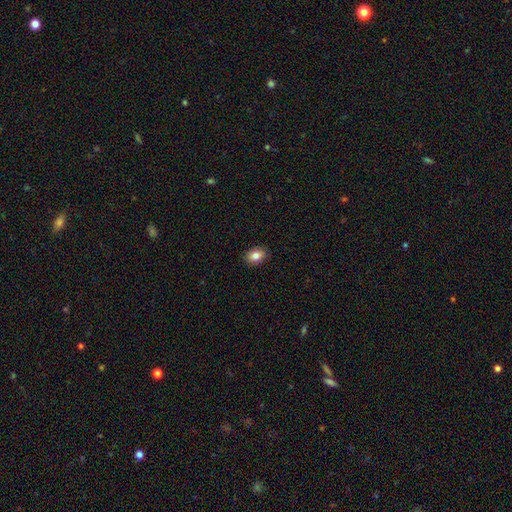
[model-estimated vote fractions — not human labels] smooth_or_featured: smooth (p=0.84) [alt: star or artifact p=0.08]
how_rounded: in between (p=0.76) [alt: round p=0.23]
merging: none (p=0.90) [alt: minor disturbance p=0.07]